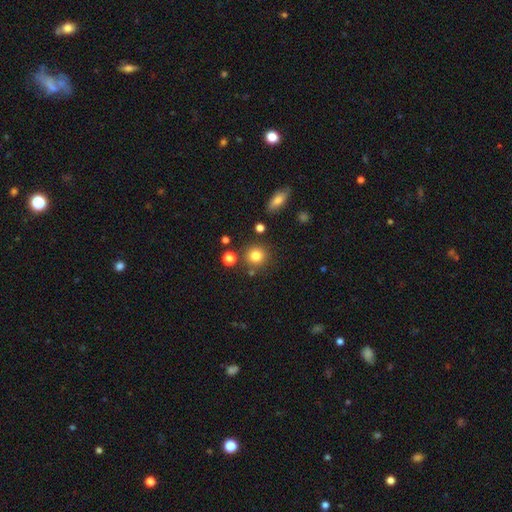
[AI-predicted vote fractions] smooth_or_featured: smooth (p=0.81) [alt: star or artifact p=0.12]
how_rounded: round (p=0.91) [alt: in between p=0.08]
merging: none (p=0.82) [alt: minor disturbance p=0.09]